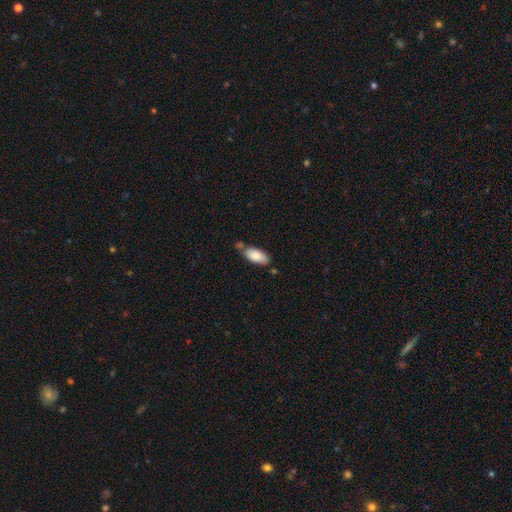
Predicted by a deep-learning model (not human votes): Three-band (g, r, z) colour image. It shows a smooth galaxy with no disk features (85%) that is in between round and cigar-shaped (86%). Merging: none (59%).